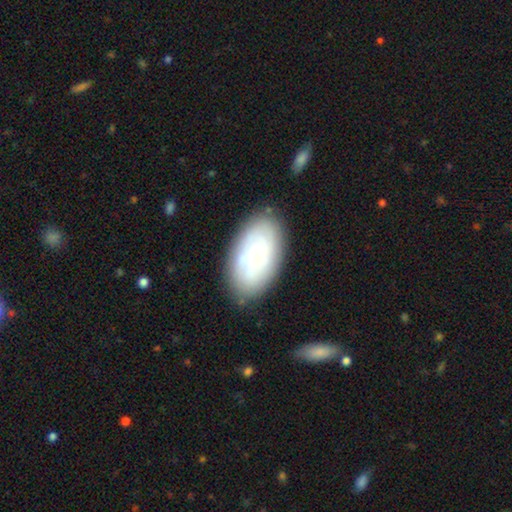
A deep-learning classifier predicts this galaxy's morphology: Smooth or featured: smooth — 54% (featured or disk — 39%)
How rounded: in between — 93% (round — 5%)
Merging: none — 78% (minor disturbance — 15%)